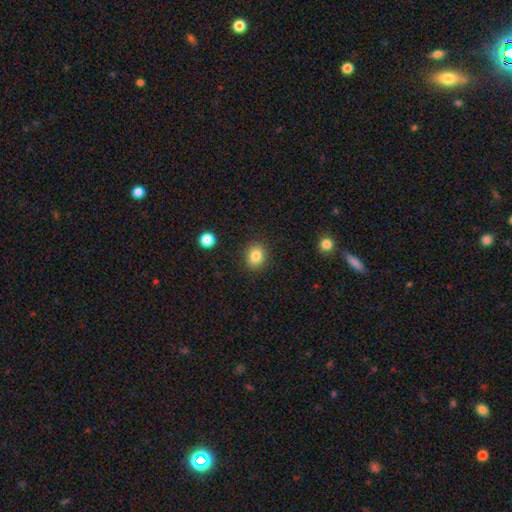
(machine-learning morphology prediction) The model was most divided on "how rounded": round: 59%, in between: 40%, cigar-shaped: 1%. More confident: merging — none (88%); smooth or featured — smooth (84%).